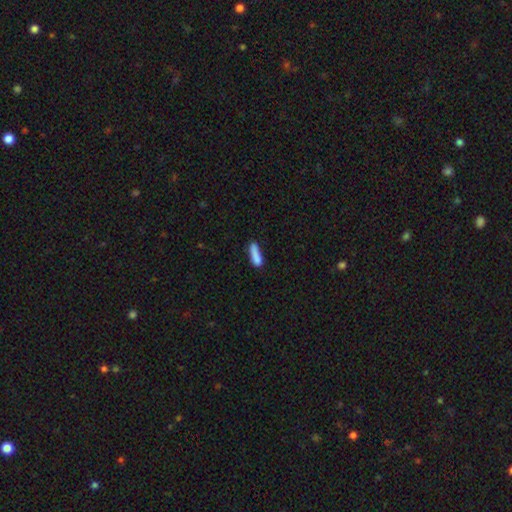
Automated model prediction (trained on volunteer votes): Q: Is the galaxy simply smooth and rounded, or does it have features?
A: smooth — 81%.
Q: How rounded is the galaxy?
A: cigar-shaped — 69%.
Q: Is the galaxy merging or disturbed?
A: none — 59%.